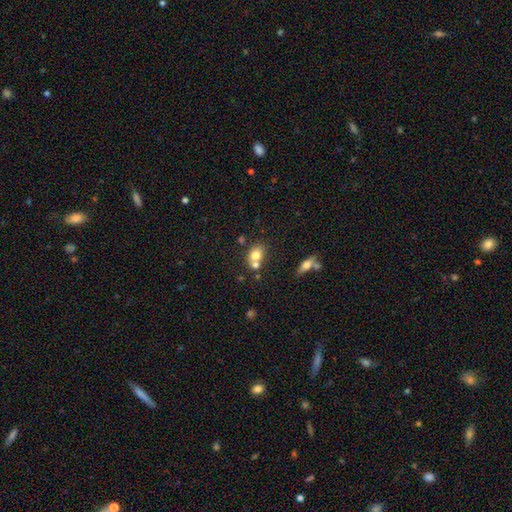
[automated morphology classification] This appears to be a smooth galaxy with no disk features (73%) that is in between round and cigar-shaped (53%). Merging: none (47%).